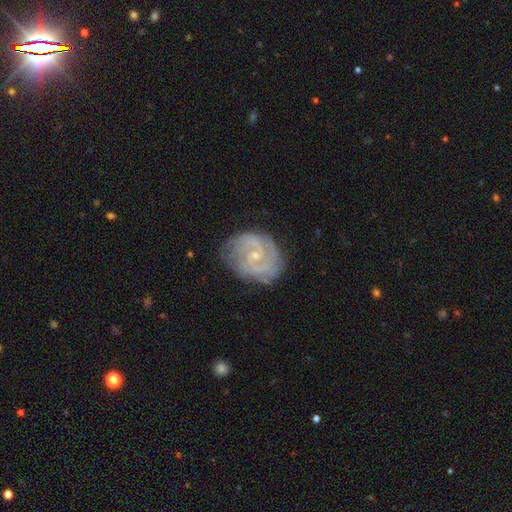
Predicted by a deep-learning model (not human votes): Smooth or featured?
  - featured or disk: 82% *
  - smooth: 11%
  - star or artifact: 7%
Edge-on disk?
  - no: 98% *
  - yes: 2%
Bar?
  - no: 59% *
  - weak: 35%
  - strong: 6%
Spiral arms?
  - yes: 94% *
  - no: 6%
Spiral winding?
  - tight: 62% *
  - medium: 31%
  - loose: 7%
Spiral arm count?
  - 2: 34% *
  - can't tell: 28%
  - 3: 18%
  - 4: 9%
  - more than 4: 5%
  - 1: 5%
Bulge size?
  - small: 76% *
  - moderate: 19%
  - none: 3%
  - large: 1%
  - dominant: 1%
Merging?
  - none: 75% *
  - minor disturbance: 18%
  - major disturbance: 6%
  - merger: 1%